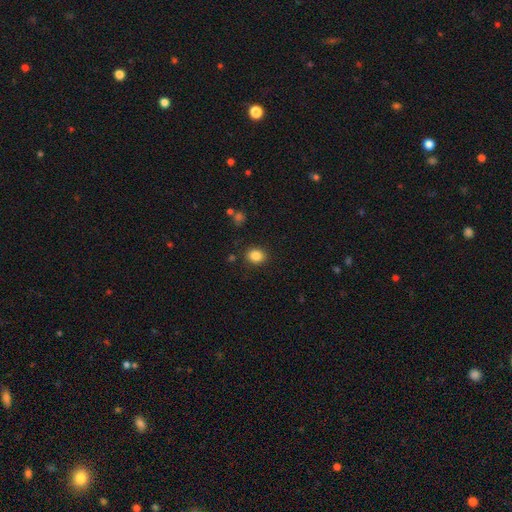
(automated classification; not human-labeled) Smooth or featured? Predicted: smooth (p=0.85). How rounded? Predicted: round (p=0.64). Merging? Predicted: none (p=0.87).